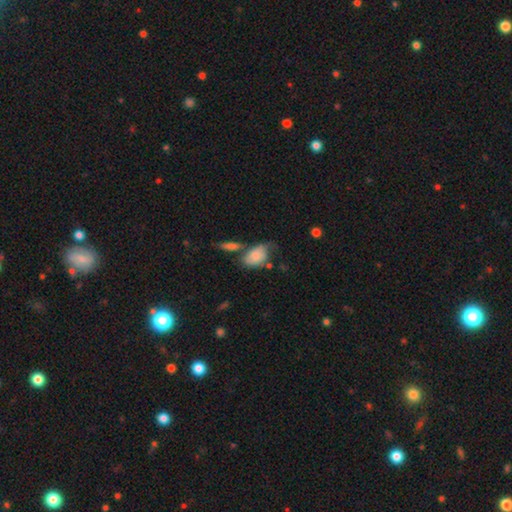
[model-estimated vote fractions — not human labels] smooth-or-featured: smooth: 72% | featured or disk: 21% | star or artifact: 7%
  how-rounded: in between: 85% | round: 13% | cigar-shaped: 2%
  merging: none: 34% | minor disturbance: 26% | merger: 25% | major disturbance: 15%